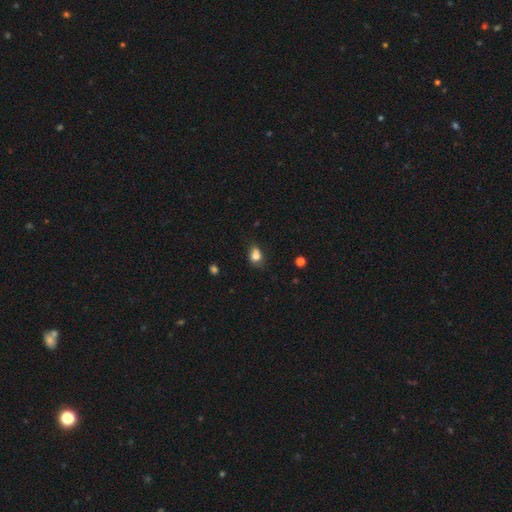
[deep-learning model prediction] Morphology: type=smooth (78%); roundness=in between (55%); merging=none (46%).